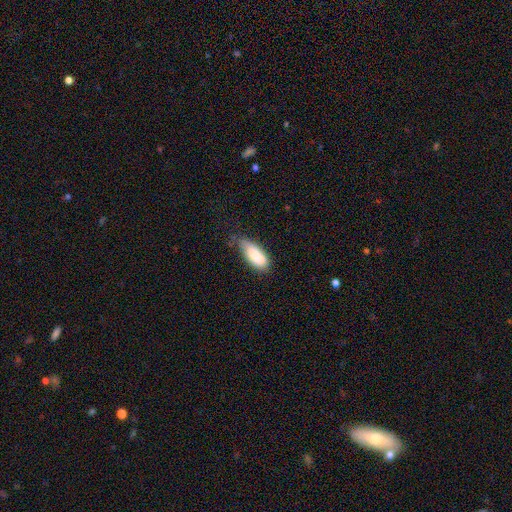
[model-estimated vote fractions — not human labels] Q: Smooth or featured?
A: smooth (85%); runner-up: featured or disk (9%)
Q: How rounded?
A: in between (81%); runner-up: cigar-shaped (17%)
Q: Merging?
A: none (54%); runner-up: minor disturbance (37%)